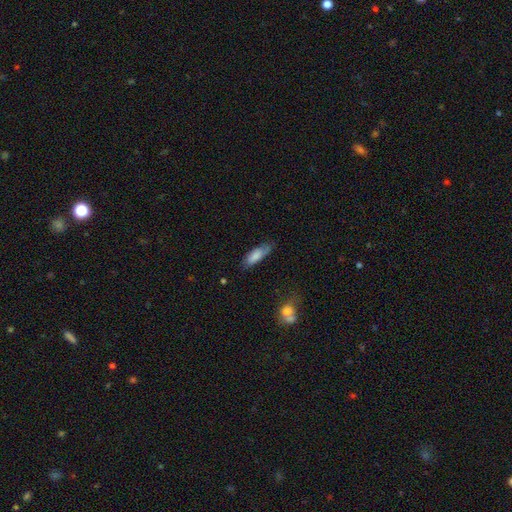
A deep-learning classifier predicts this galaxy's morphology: Overall: smooth (79%). How rounded: in between (59%; cigar-shaped 39%). Merging: none (66%; minor disturbance 26%).